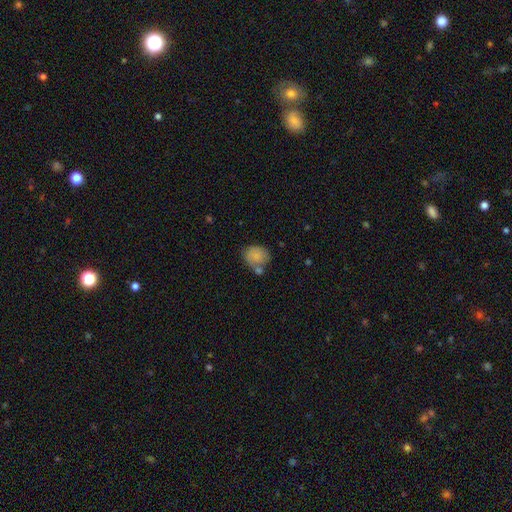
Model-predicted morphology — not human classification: type=smooth (79%); roundness=round (57%); merging=none (44%).